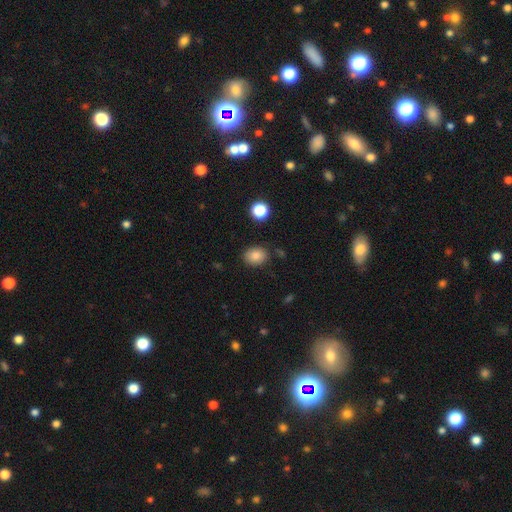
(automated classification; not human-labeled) Smooth or featured? smooth (83%)
How rounded? in between (53%)
Merging? none (84%)